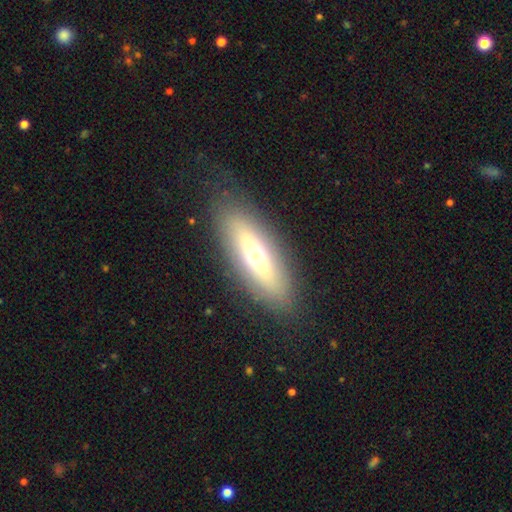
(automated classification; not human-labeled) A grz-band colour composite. It shows a smooth galaxy with no disk features (55%) that is in between round and cigar-shaped (54%). Merging: none (82%).